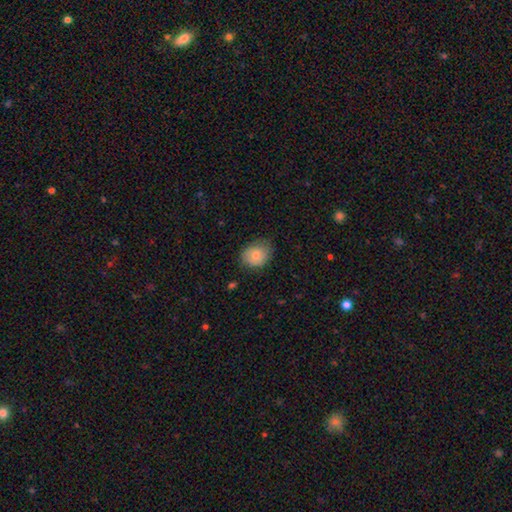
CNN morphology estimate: Smooth or featured? smooth (76%)
How rounded? round (54%)
Merging? none (69%)